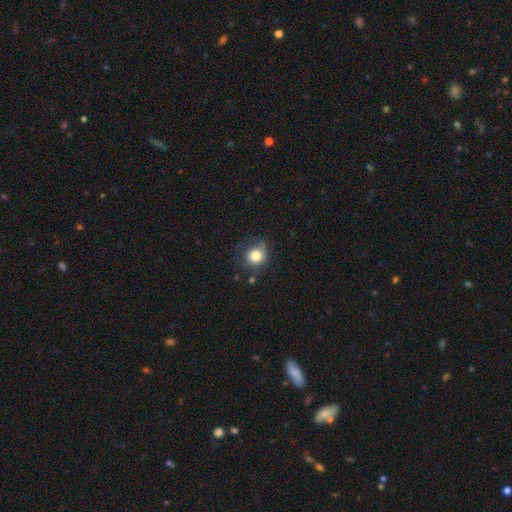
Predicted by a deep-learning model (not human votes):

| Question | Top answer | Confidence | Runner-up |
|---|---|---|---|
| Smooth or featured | smooth | 79% | star or artifact (11%) |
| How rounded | round | 86% | in between (14%) |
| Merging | none | 64% | minor disturbance (24%) |